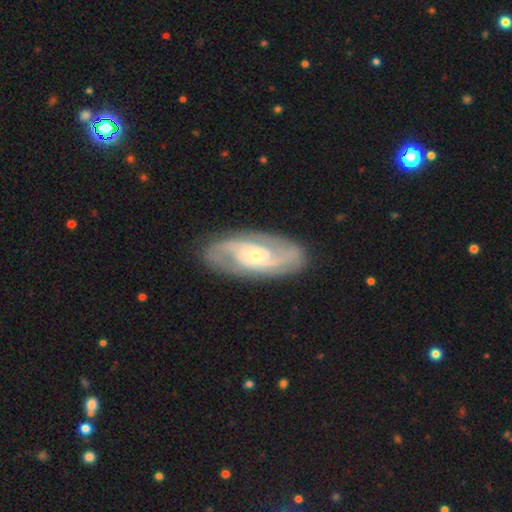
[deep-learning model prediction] A featured or disk galaxy (86%) with no bar (49%), 2 (69%) medium (45%) spiral arms (96%) and a small central bulge (65%).

Vote fractions:
- Smooth or featured? featured or disk: 86% / smooth: 9% / star or artifact: 5%
- Edge-on disk? no: 94% / yes: 6%
- Bar? no: 49% / weak: 38% / strong: 13%
- Spiral arms? yes: 96% / no: 4%
- Spiral winding? medium: 45% / tight: 44% / loose: 11%
- Spiral arm count? 2: 69% / can't tell: 12% / 3: 11% / 4: 3% / 1: 3% / more than 4: 2%
- Bulge size? small: 65% / moderate: 30% / large: 2% / none: 2% / dominant: 1%
- Merging? none: 83% / minor disturbance: 12% / major disturbance: 4% / merger: 1%